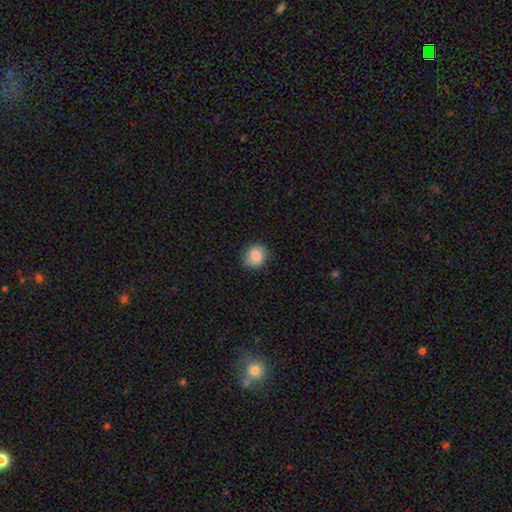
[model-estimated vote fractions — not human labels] Smooth or featured?
  - smooth: 83% *
  - featured or disk: 9%
  - star or artifact: 8%
How rounded?
  - round: 81% *
  - in between: 18%
  - cigar-shaped: 1%
Merging?
  - none: 84% *
  - minor disturbance: 12%
  - major disturbance: 3%
  - merger: 1%